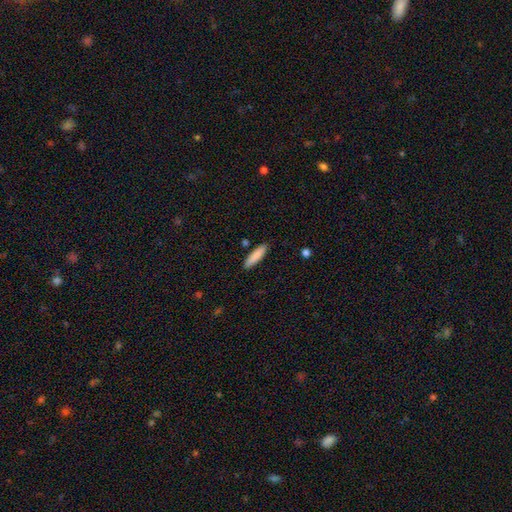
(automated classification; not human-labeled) Smooth or featured? Predicted: smooth (p=0.86). How rounded? Predicted: cigar-shaped (p=0.77). Merging? Predicted: none (p=0.88).